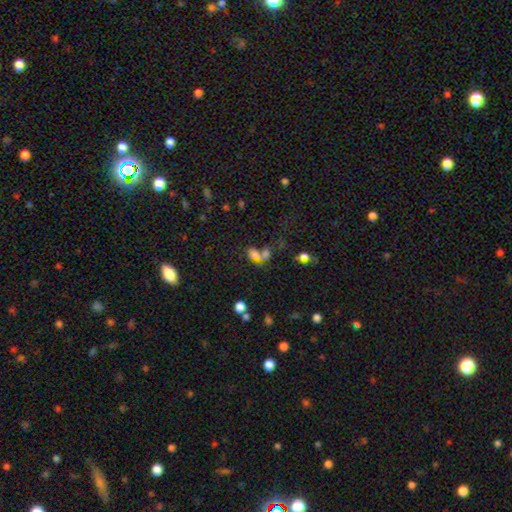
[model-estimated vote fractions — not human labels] The model was most divided on "merging": merger: 51%, none: 27%, major disturbance: 12%, minor disturbance: 10%. More confident: how rounded — in between (74%); smooth or featured — smooth (60%).